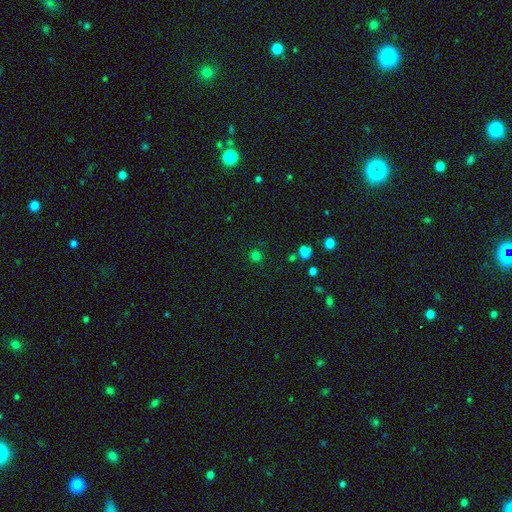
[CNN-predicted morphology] A smooth galaxy with no disk features (72%) that is round (90%).

Vote fractions:
- Smooth or featured? smooth: 72% / star or artifact: 23% / featured or disk: 5%
- How rounded? round: 90% / in between: 9% / cigar-shaped: 1%
- Merging? none: 84% / minor disturbance: 9% / merger: 3% / major disturbance: 3%